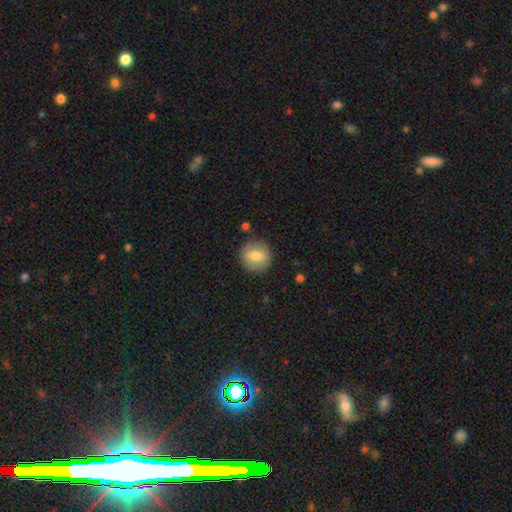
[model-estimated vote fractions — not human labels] This is likely a smooth galaxy (75%). How rounded: clearly round (91%). Merging: clearly none (86%).